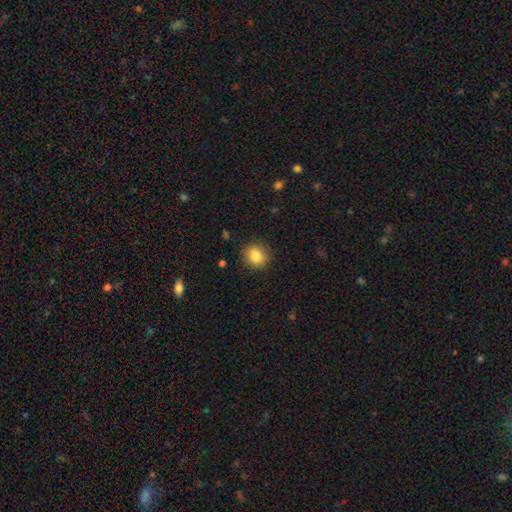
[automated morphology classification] Smooth or featured? Predicted: smooth (p=0.85). How rounded? Predicted: round (p=0.79). Merging? Predicted: none (p=0.88).